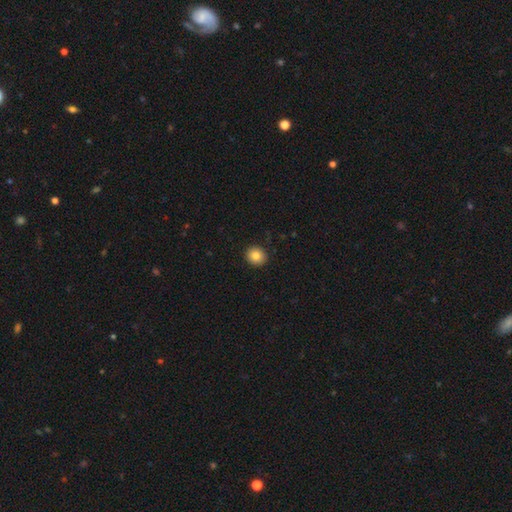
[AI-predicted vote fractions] Smooth or featured: smooth — 84% (star or artifact — 9%)
How rounded: round — 85% (in between — 14%)
Merging: none — 92% (minor disturbance — 6%)